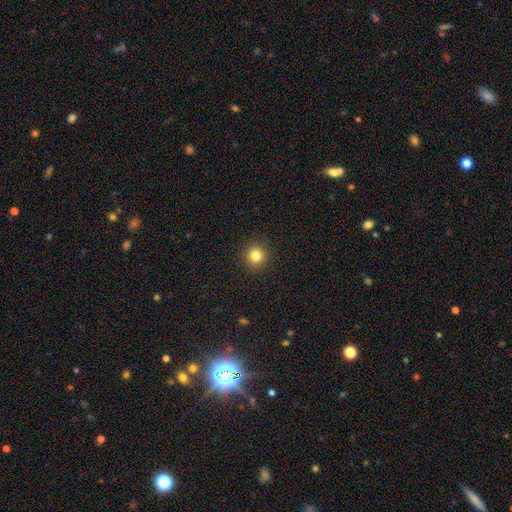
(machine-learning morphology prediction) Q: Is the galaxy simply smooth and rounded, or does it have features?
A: smooth — 82%.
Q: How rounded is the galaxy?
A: round — 93%.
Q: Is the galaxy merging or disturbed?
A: none — 92%.